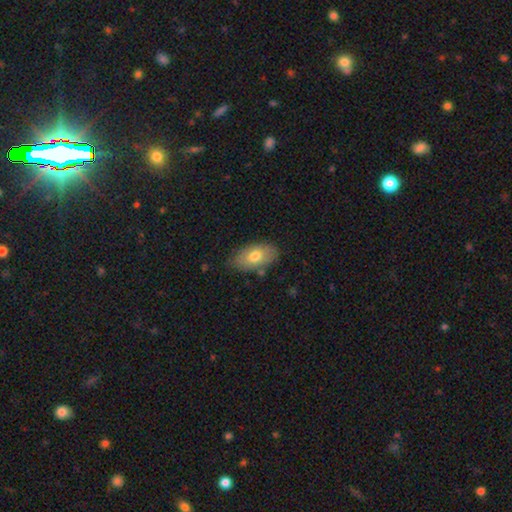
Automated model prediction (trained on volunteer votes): A smooth galaxy with no disk features (72%) that is in between round and cigar-shaped (92%). Merging: none (75%).